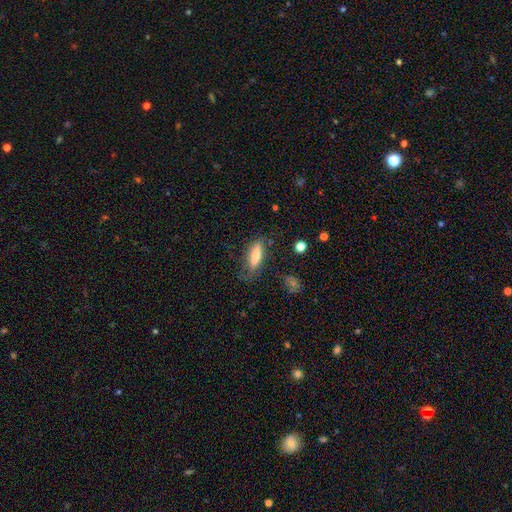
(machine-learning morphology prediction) The model was most divided on "how rounded": cigar-shaped: 55%, in between: 42%, round: 2%. More confident: smooth or featured — smooth (71%); merging — none (64%).